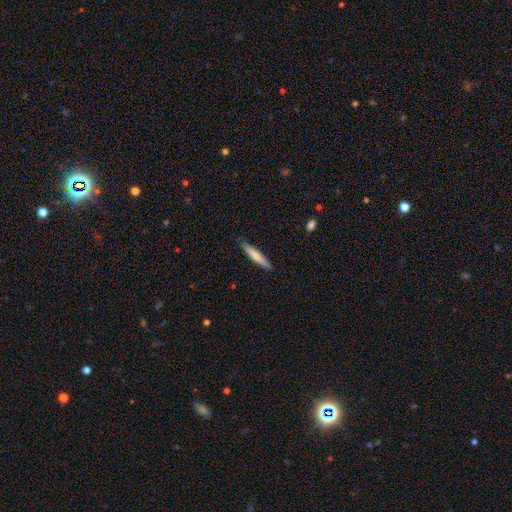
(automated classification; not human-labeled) This appears to be a smooth galaxy with no disk features (68%) that is cigar-shaped (92%). Merging: none (88%).